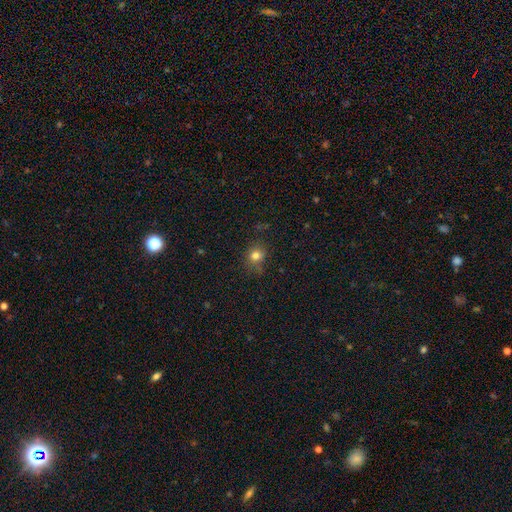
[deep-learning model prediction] This is likely a smooth galaxy (77%). How rounded: likely round (77%). Merging: likely none (74%).